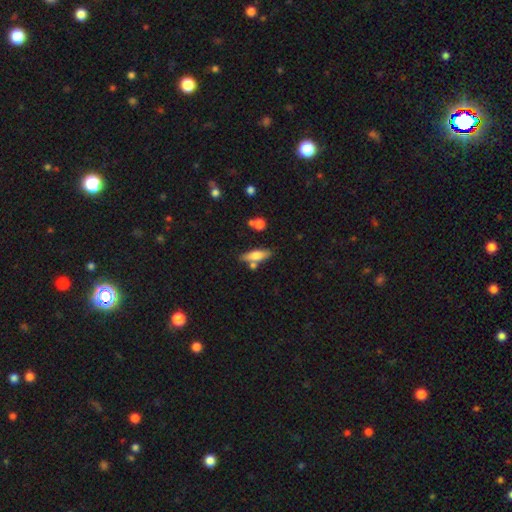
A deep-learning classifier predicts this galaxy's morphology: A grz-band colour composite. It shows a smooth galaxy with no disk features (66%) that is cigar-shaped (51%). Merging: none (69%).